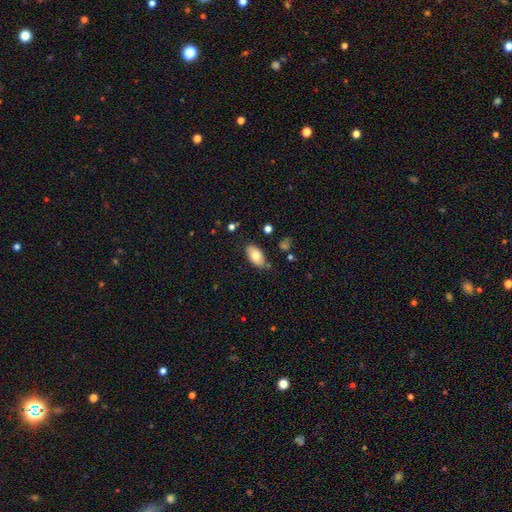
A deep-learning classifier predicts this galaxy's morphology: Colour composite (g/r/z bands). It shows a smooth galaxy with no disk features (79%) that is in between round and cigar-shaped (94%). Merging: none (77%).